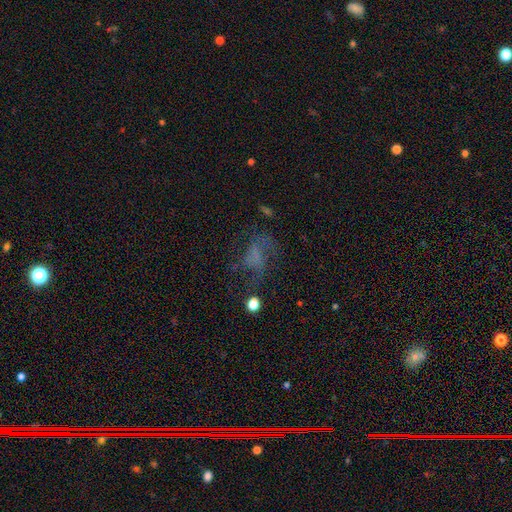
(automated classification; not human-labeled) featured or disk 42%, smooth 34%, star or artifact 25%. Down the decision tree: merging — none (42%).